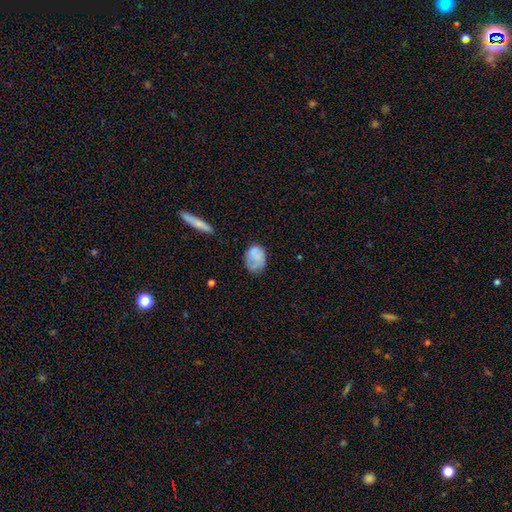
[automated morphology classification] smooth_or_featured: smooth (p=0.69) [alt: featured or disk p=0.23]
how_rounded: in between (p=0.66) [alt: round p=0.33]
merging: none (p=0.55) [alt: minor disturbance p=0.29]